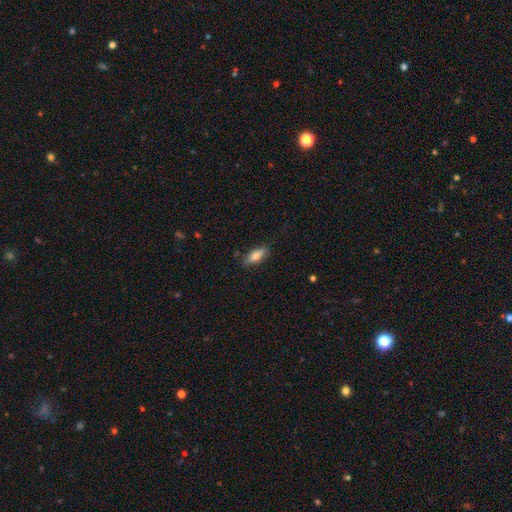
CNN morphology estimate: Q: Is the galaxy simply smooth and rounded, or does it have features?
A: smooth — 77%.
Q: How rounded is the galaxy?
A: in between — 63%.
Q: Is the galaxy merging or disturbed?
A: none — 81%.